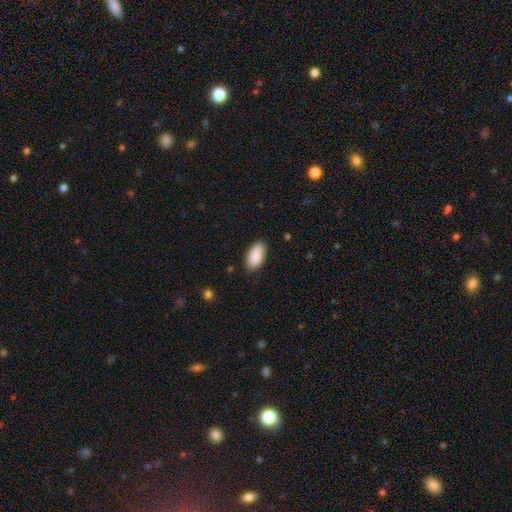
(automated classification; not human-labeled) smooth 90%, star or artifact 6%, featured or disk 4%. Down the decision tree: how rounded — in between (92%); merging — none (85%).